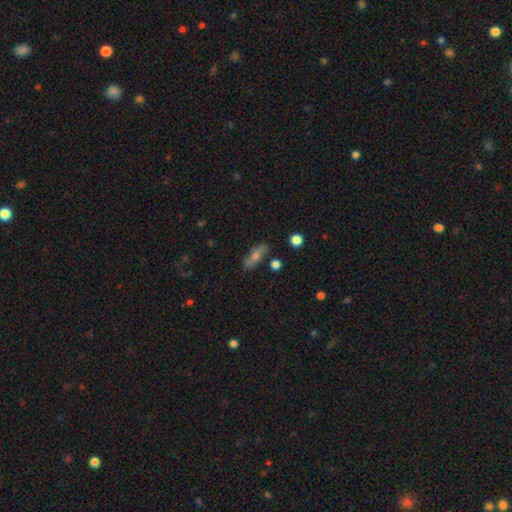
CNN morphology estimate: type=smooth (56%); roundness=in between (50%); merging=none (84%).